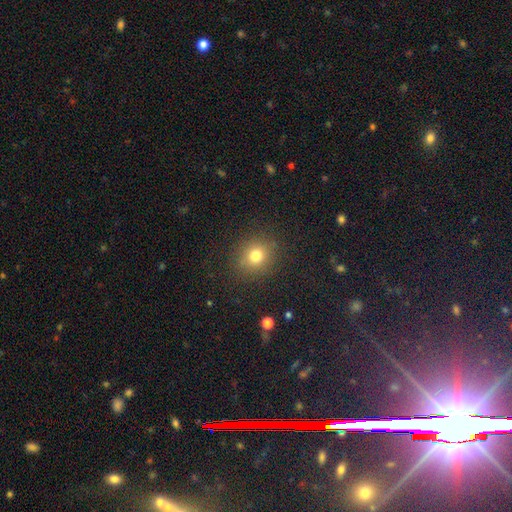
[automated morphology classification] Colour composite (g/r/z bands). It shows a smooth galaxy with no disk features (77%) that is round (77%). Merging: none (86%).